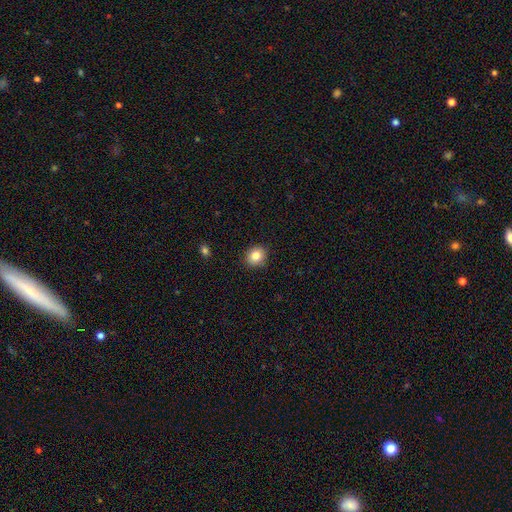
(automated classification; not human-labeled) A smooth galaxy with no disk features (83%) that is round (70%).

Vote fractions:
- Smooth or featured? smooth: 83% / star or artifact: 10% / featured or disk: 7%
- How rounded? round: 70% / in between: 29% / cigar-shaped: 1%
- Merging? none: 90% / minor disturbance: 7% / major disturbance: 2% / merger: 1%